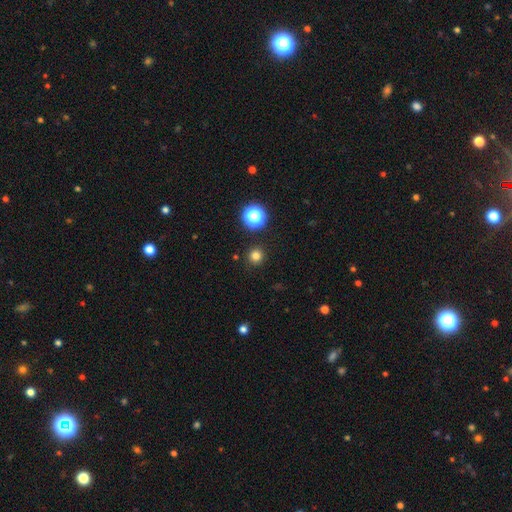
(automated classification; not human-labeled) Smooth or featured? smooth (78%)
How rounded? round (95%)
Merging? none (91%)